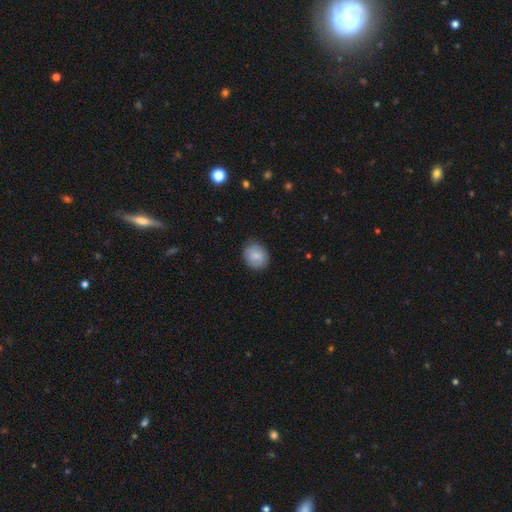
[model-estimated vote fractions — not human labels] smooth_or_featured: smooth (p=0.72) [alt: featured or disk p=0.21]
how_rounded: round (p=0.69) [alt: in between p=0.30]
merging: none (p=0.83) [alt: minor disturbance p=0.13]